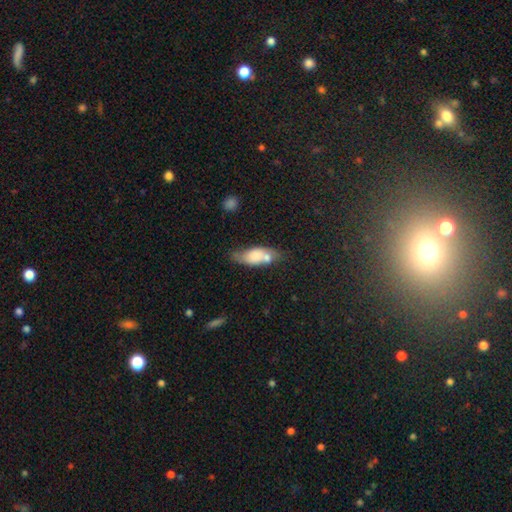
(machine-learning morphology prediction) A smooth galaxy with no disk features (70%) that is in between round and cigar-shaped (76%). Merging: none (41%).